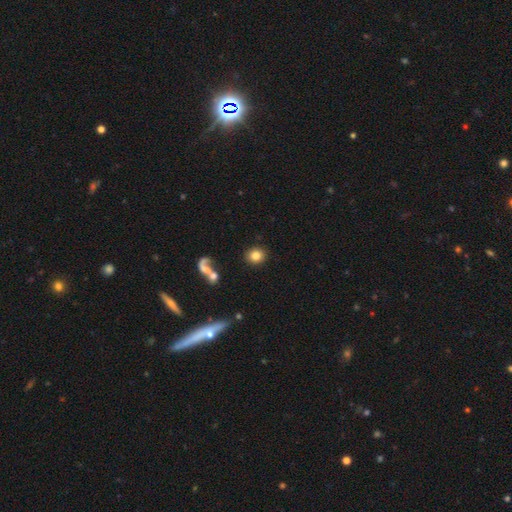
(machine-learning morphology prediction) A smooth galaxy with no disk features (81%) that is round (84%). Merging: none (87%).